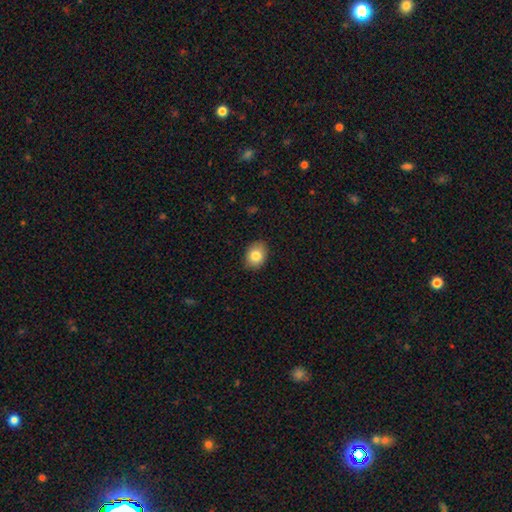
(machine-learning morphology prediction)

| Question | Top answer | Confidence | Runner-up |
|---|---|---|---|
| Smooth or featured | smooth | 83% | featured or disk (9%) |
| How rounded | in between | 63% | round (36%) |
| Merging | none | 87% | minor disturbance (10%) |